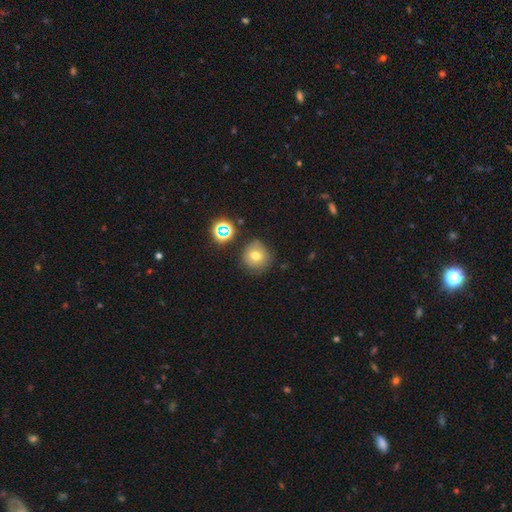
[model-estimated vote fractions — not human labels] This appears to be a smooth galaxy with no disk features (68%) that is round (90%). Merging: none (76%).